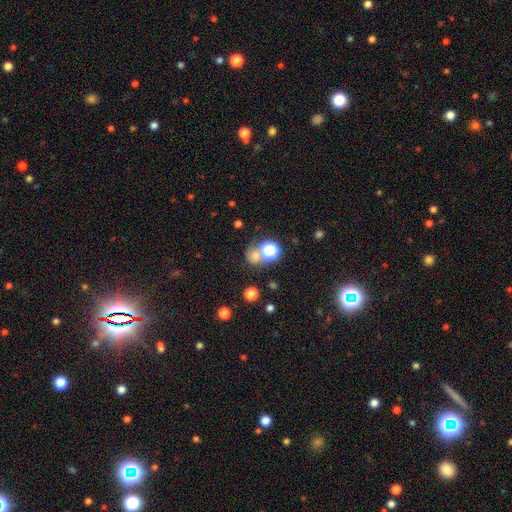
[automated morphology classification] Smooth or featured? Predicted: smooth (p=0.60). How rounded? Predicted: round (p=0.76). Merging? Predicted: none (p=0.48).